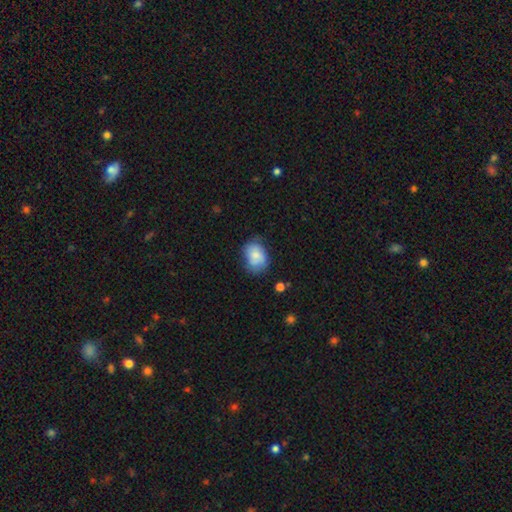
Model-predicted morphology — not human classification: type=smooth (71%); roundness=in between (64%); merging=none (59%).